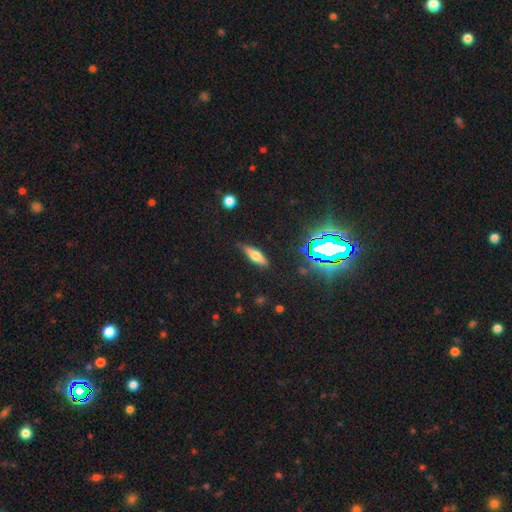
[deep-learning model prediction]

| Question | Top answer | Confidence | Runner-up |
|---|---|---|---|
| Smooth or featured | smooth | 55% | featured or disk (32%) |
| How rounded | cigar-shaped | 55% | in between (42%) |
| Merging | none | 81% | minor disturbance (14%) |